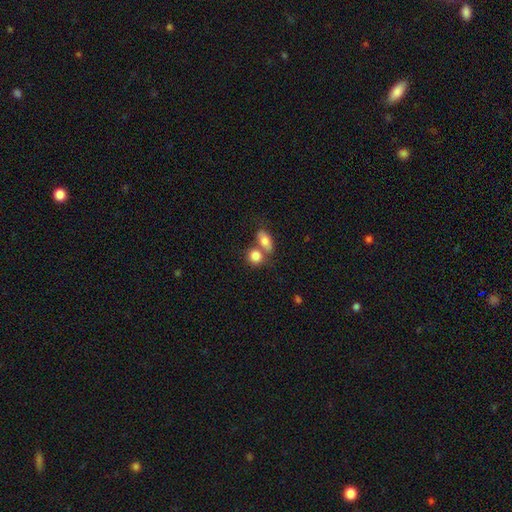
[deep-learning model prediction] A smooth galaxy with no disk features (83%) that is round (56%). Merging: merger (44%).